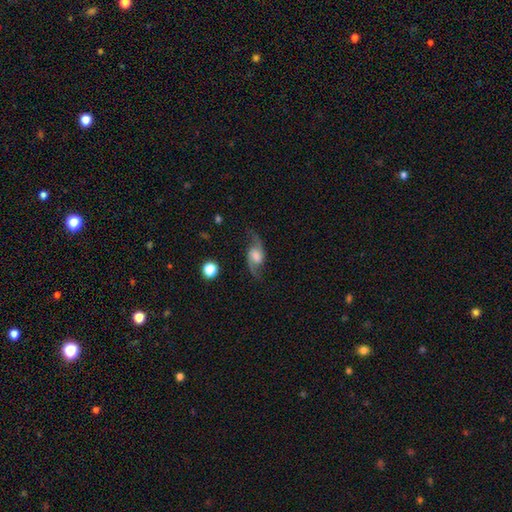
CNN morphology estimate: smooth_or_featured: featured or disk (p=0.82) [alt: smooth p=0.12]
disk_edge_on: no (p=0.95) [alt: yes p=0.05]
bar: weak (p=0.44) [alt: no p=0.43]
has_spiral_arms: yes (p=0.96) [alt: no p=0.04]
spiral_winding: loose (p=0.64) [alt: medium p=0.29]
spiral_arm_count: 2 (p=0.94) [alt: can't tell p=0.02]
bulge_size: large (p=0.31) [alt: moderate p=0.30]
merging: none (p=0.75) [alt: minor disturbance p=0.15]